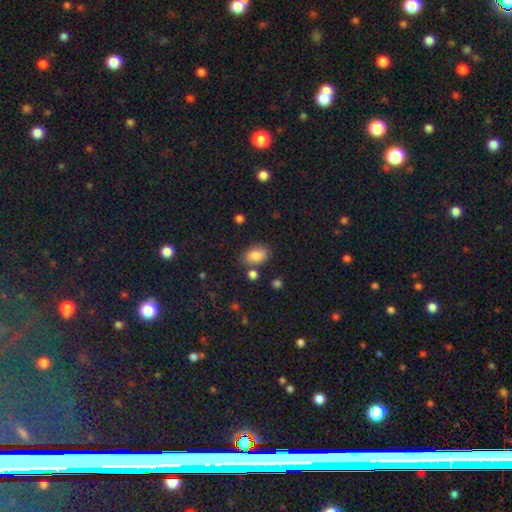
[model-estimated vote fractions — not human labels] smooth_or_featured: smooth (p=0.78) [alt: featured or disk p=0.12]
how_rounded: in between (p=0.85) [alt: round p=0.14]
merging: none (p=0.69) [alt: minor disturbance p=0.18]